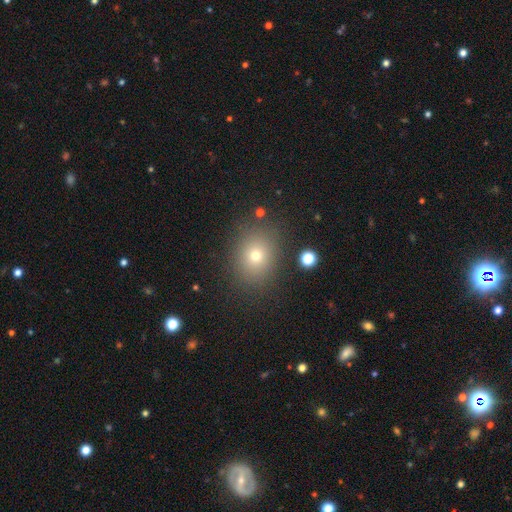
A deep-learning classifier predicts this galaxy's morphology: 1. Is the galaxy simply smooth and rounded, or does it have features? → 70% smooth, 18% star or artifact, 12% featured or disk.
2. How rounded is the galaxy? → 64% round, 36% in between, 1% cigar-shaped.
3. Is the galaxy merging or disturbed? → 84% none, 10% minor disturbance, 4% major disturbance, 2% merger.